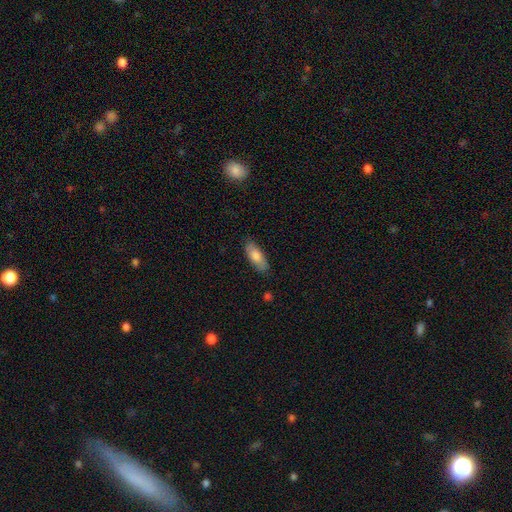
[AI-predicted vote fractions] smooth 75%, featured or disk 19%, star or artifact 6%. Down the decision tree: how rounded — in between (78%); merging — none (82%).